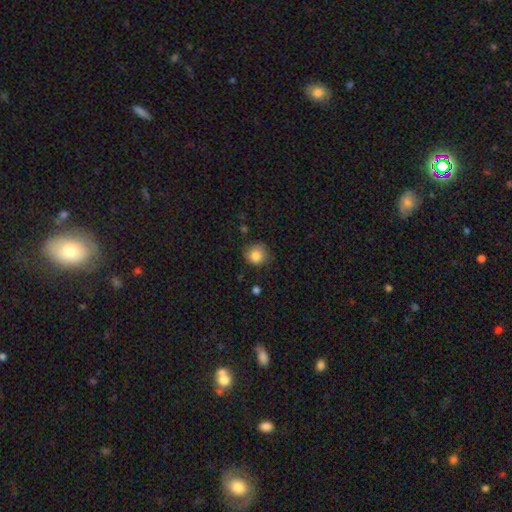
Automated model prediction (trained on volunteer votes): This appears to be a smooth galaxy with no disk features (84%) that is round (84%). Merging: none (68%).